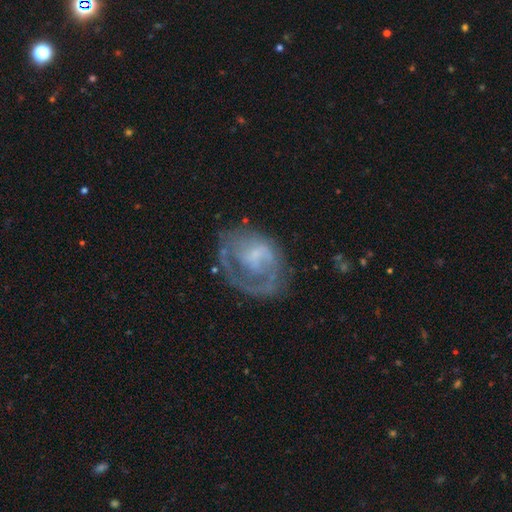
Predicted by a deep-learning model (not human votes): This is likely a featured or disk galaxy (66%). It is clearly not viewed edge-on (97%). Bar: likely no (61%). Spiral arm pattern: likely yes (61%). Central bulge: marginally small (43%). Merging: possibly none (45%).